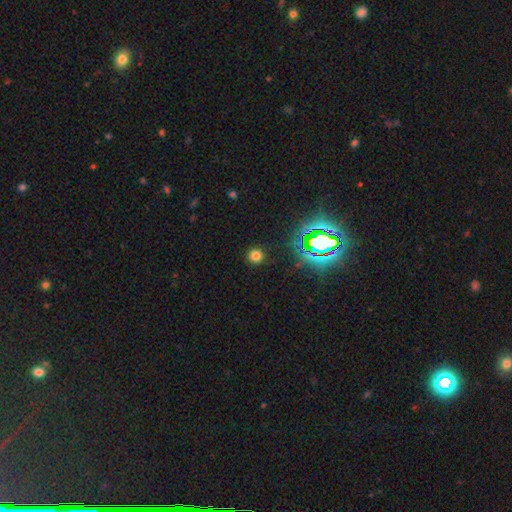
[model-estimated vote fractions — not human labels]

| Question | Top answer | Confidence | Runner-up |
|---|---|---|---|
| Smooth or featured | smooth | 71% | star or artifact (23%) |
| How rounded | round | 94% | in between (5%) |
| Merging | none | 90% | minor disturbance (6%) |